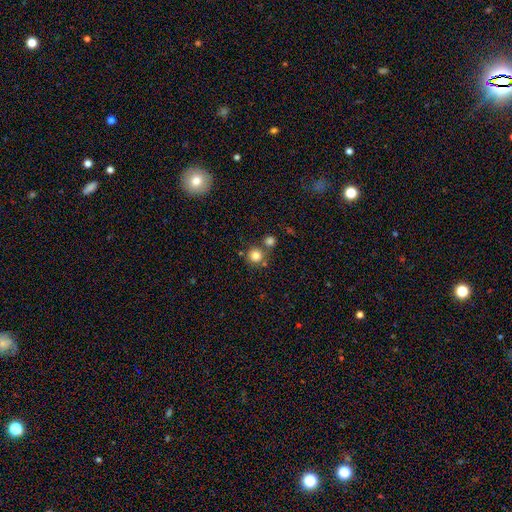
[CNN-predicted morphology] Smooth or featured? Predicted: smooth (p=0.81). How rounded? Predicted: round (p=0.93). Merging? Predicted: none (p=0.71).